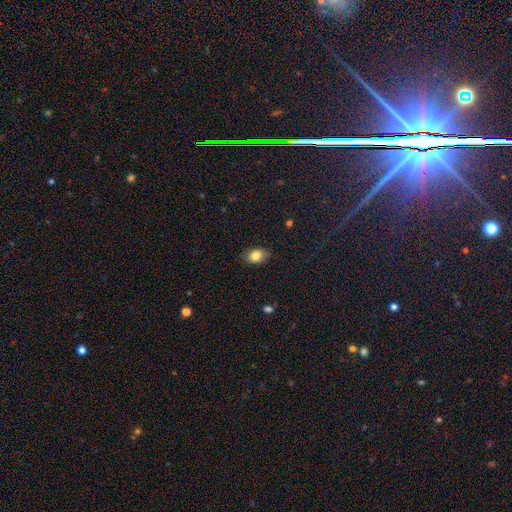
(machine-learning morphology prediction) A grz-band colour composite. It shows a smooth galaxy with no disk features (83%) that is in between round and cigar-shaped (82%). Merging: none (81%).